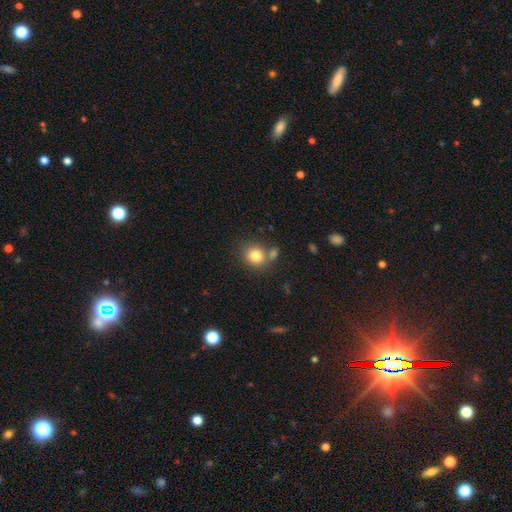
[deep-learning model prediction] smooth_or_featured: smooth (p=0.81) [alt: star or artifact p=0.11]
how_rounded: round (p=0.79) [alt: in between p=0.20]
merging: none (p=0.65) [alt: merger p=0.20]